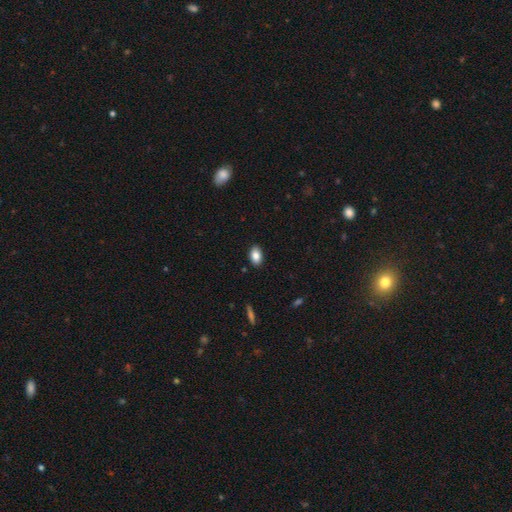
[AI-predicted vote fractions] A smooth galaxy with no disk features (85%) that is in between round and cigar-shaped (89%). Merging: none (89%).